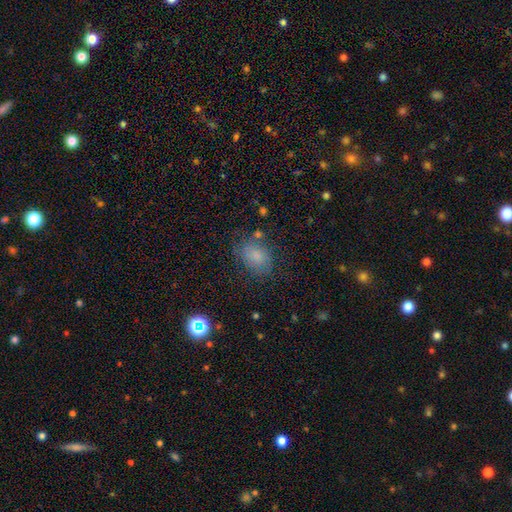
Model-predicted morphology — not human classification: type=smooth (77%); roundness=in between (67%); merging=none (70%).